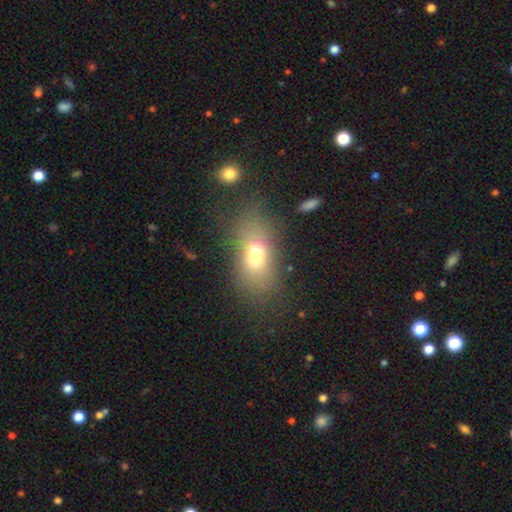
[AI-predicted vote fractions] A smooth galaxy with no disk features (68%) that is in between round and cigar-shaped (80%). Merging: none (68%).